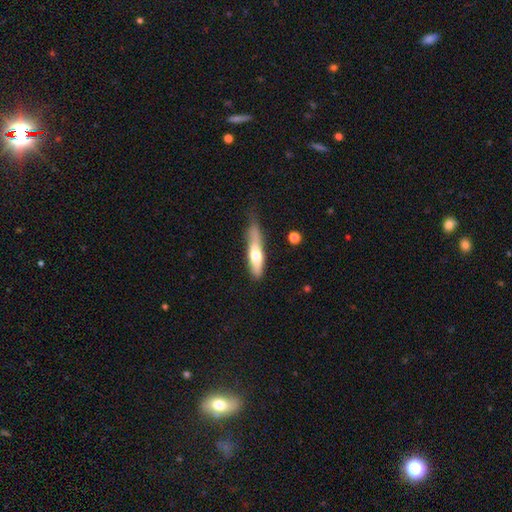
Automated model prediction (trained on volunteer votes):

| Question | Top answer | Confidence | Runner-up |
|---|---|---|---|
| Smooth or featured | smooth | 58% | featured or disk (36%) |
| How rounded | cigar-shaped | 74% | in between (24%) |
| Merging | none | 49% | minor disturbance (34%) |